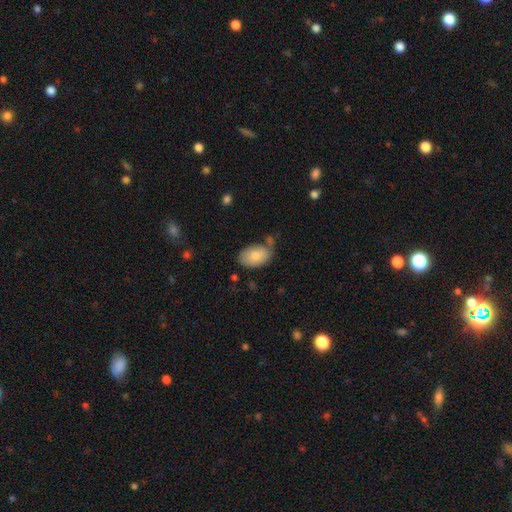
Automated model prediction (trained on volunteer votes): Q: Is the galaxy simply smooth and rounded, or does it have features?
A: smooth — 83%.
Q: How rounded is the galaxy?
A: in between — 92%.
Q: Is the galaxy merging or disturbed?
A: none — 62%.